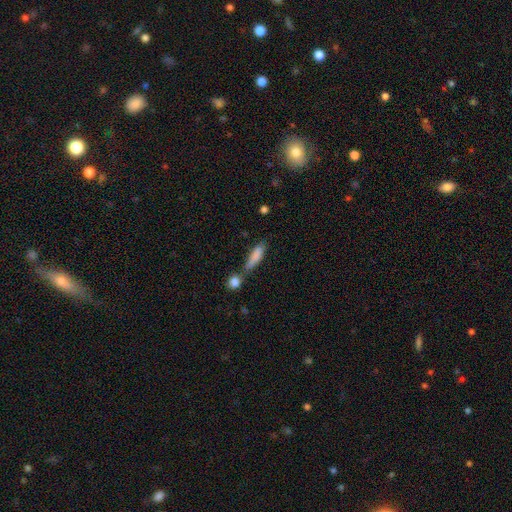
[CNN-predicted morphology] smooth 81%, featured or disk 11%, star or artifact 8%. Down the decision tree: how rounded — cigar-shaped (54%); merging — none (42%).